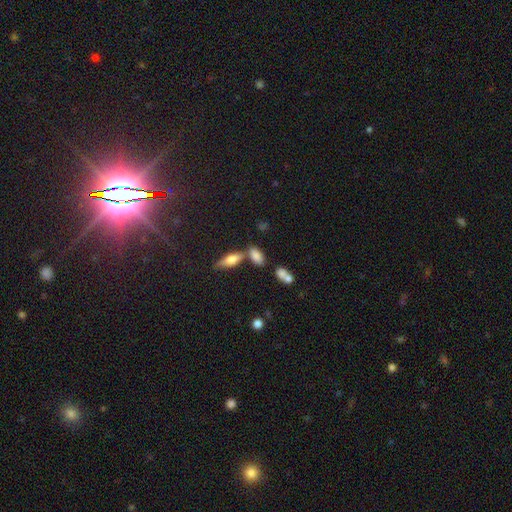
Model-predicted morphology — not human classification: Smooth or featured: smooth — 77% (featured or disk — 13%)
How rounded: in between — 81% (cigar-shaped — 14%)
Merging: none — 55% (merger — 28%)